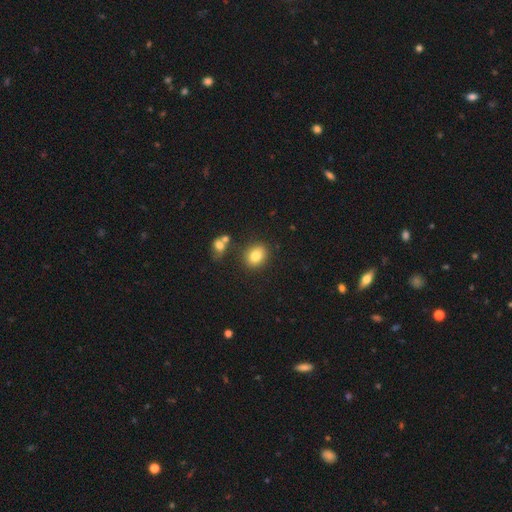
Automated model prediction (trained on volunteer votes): A smooth galaxy with no disk features (82%) that is in between round and cigar-shaped (54%).

Vote fractions:
- Smooth or featured? smooth: 82% / star or artifact: 10% / featured or disk: 8%
- How rounded? in between: 54% / round: 45% / cigar-shaped: 1%
- Merging? none: 82% / minor disturbance: 10% / merger: 6% / major disturbance: 3%